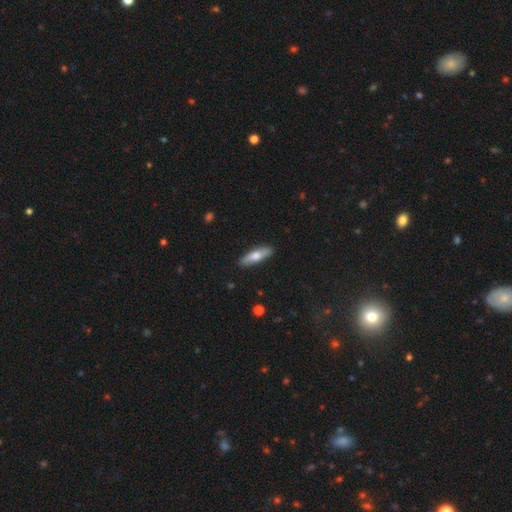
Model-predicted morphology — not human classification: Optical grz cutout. It shows a smooth galaxy with no disk features (65%) that is cigar-shaped (61%). Merging: none (89%).